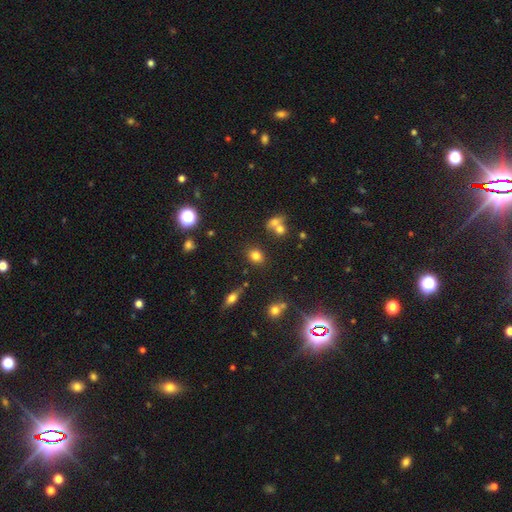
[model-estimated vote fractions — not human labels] Smooth or featured?
  - smooth: 77% *
  - star or artifact: 15%
  - featured or disk: 9%
How rounded?
  - in between: 52% *
  - round: 46%
  - cigar-shaped: 2%
Merging?
  - none: 79% *
  - minor disturbance: 10%
  - merger: 8%
  - major disturbance: 3%